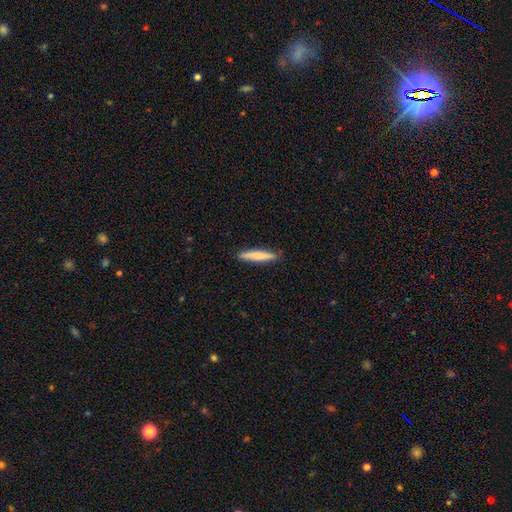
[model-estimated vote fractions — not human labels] Morphology: type=smooth (70%); roundness=cigar-shaped (93%); merging=none (90%).